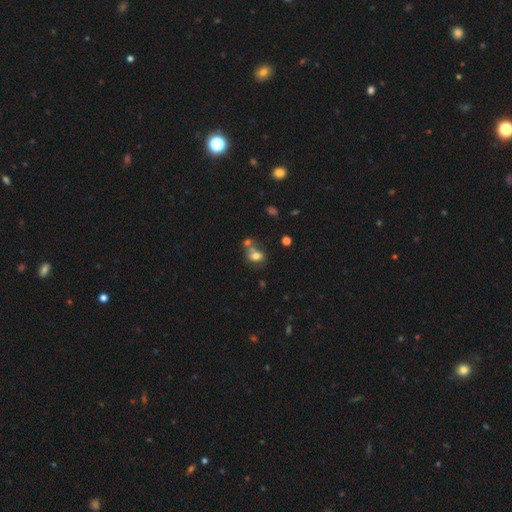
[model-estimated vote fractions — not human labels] Q: Smooth or featured?
A: smooth (70%); runner-up: featured or disk (16%)
Q: How rounded?
A: in between (62%); runner-up: round (37%)
Q: Merging?
A: merger (41%); runner-up: none (38%)